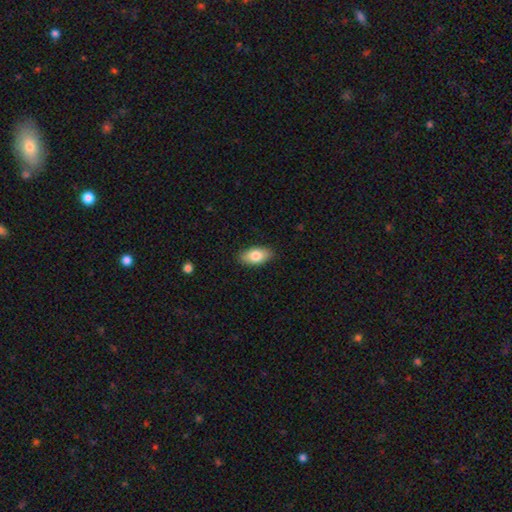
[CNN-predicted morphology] Smooth or featured? smooth (81%)
How rounded? in between (91%)
Merging? none (88%)